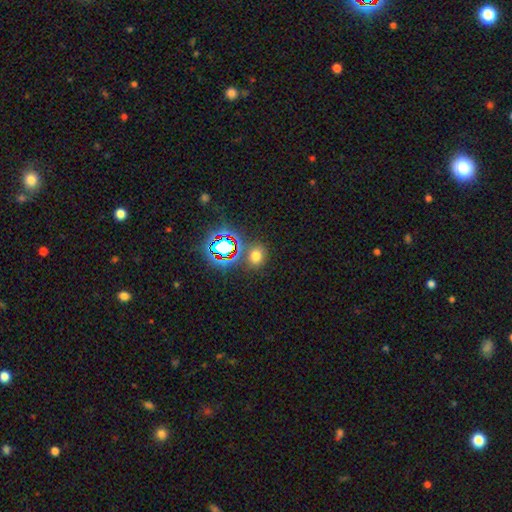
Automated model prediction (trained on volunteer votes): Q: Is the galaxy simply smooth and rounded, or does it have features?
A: smooth — 62%.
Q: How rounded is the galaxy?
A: round — 63%.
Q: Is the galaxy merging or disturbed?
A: none — 78%.